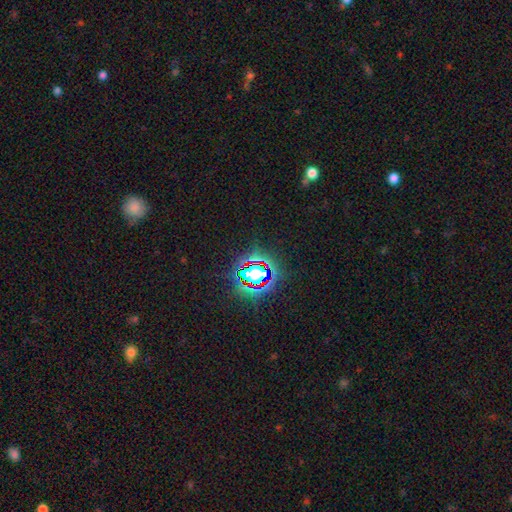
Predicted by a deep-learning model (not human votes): smooth_or_featured: star or artifact (p=0.80) [alt: smooth p=0.12]